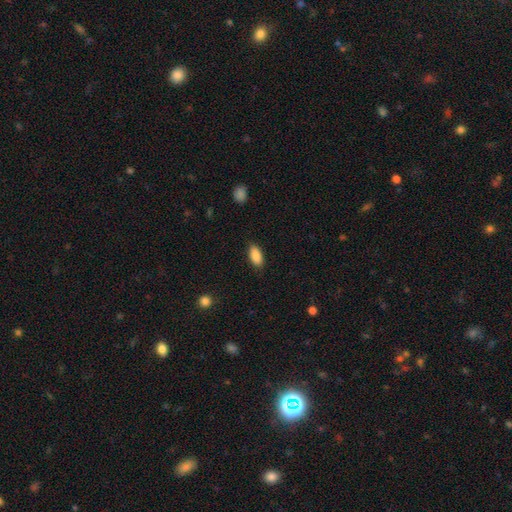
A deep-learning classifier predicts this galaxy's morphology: smooth_or_featured: smooth (p=0.89) [alt: star or artifact p=0.07]
how_rounded: in between (p=0.91) [alt: cigar-shaped p=0.07]
merging: none (p=0.85) [alt: minor disturbance p=0.11]